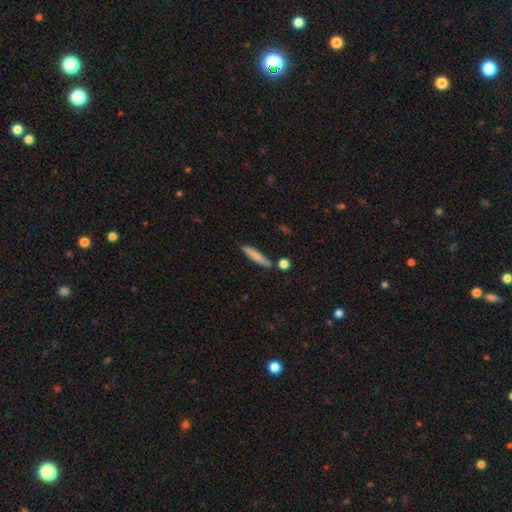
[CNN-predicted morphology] smooth_or_featured: smooth (p=0.78) [alt: featured or disk p=0.16]
how_rounded: cigar-shaped (p=0.91) [alt: in between p=0.07]
merging: none (p=0.79) [alt: minor disturbance p=0.12]